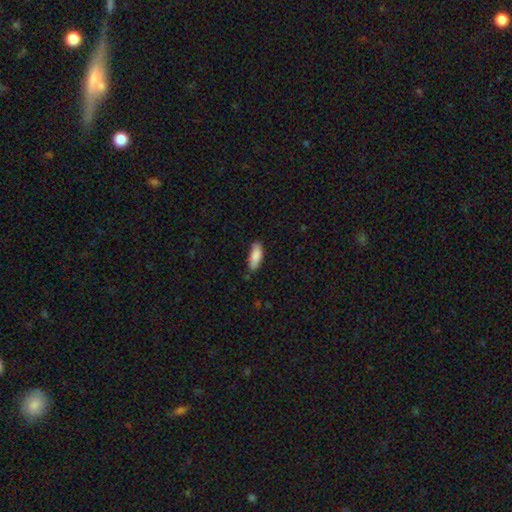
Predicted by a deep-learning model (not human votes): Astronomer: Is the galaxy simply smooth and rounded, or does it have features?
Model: smooth — 86%.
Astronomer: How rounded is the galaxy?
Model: in between — 71%.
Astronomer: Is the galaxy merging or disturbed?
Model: none — 71%.